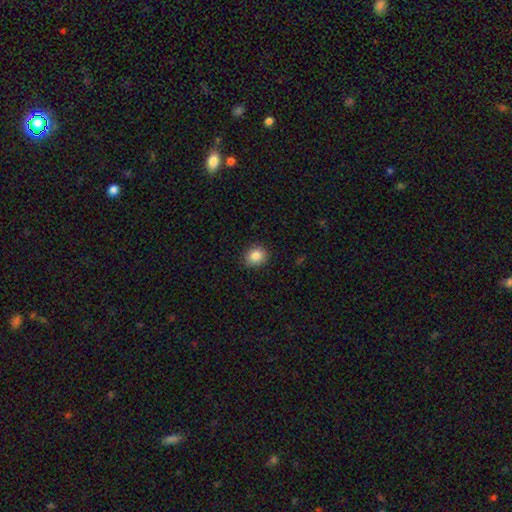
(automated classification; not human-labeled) A smooth galaxy with no disk features (85%) that is round (75%).

Vote fractions:
- Smooth or featured? smooth: 85% / star or artifact: 10% / featured or disk: 6%
- How rounded? round: 75% / in between: 24% / cigar-shaped: 1%
- Merging? none: 89% / minor disturbance: 8% / major disturbance: 2% / merger: 1%